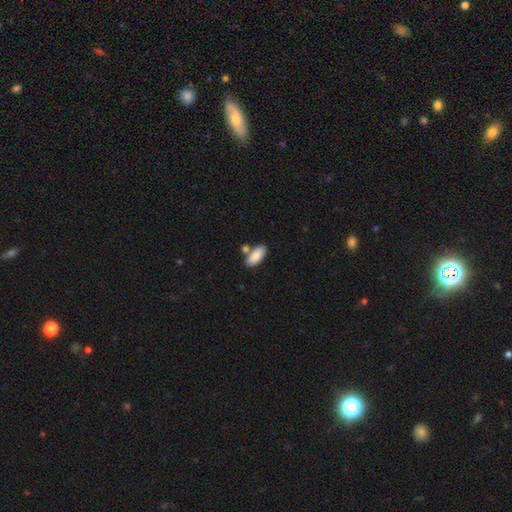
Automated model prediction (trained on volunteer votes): smooth 87%, featured or disk 7%, star or artifact 6%. Down the decision tree: how rounded — in between (88%); merging — none (67%).